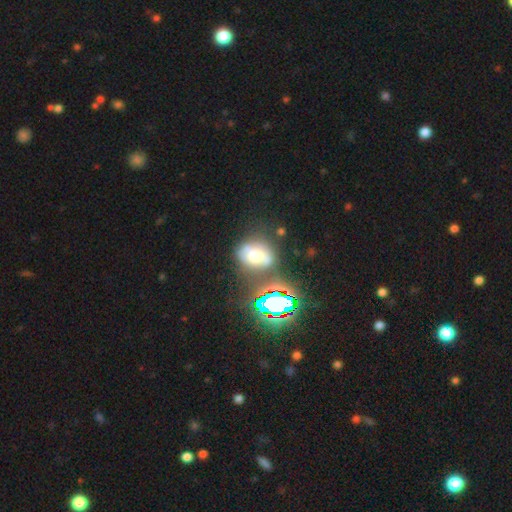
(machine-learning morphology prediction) This appears to be a smooth galaxy with no disk features (46%). Merging: none (54%).